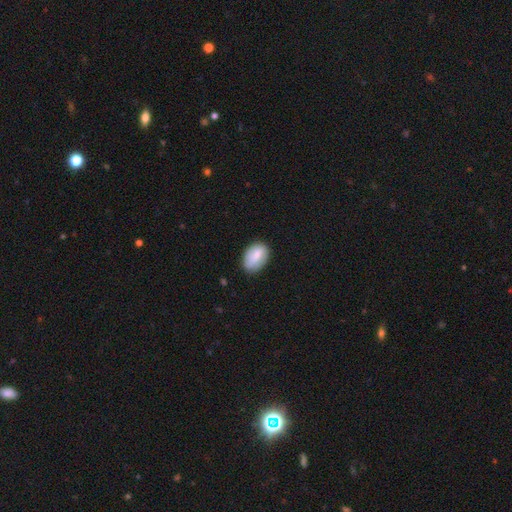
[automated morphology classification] This appears to be a smooth galaxy with no disk features (73%) that is in between round and cigar-shaped (84%). Merging: none (70%).